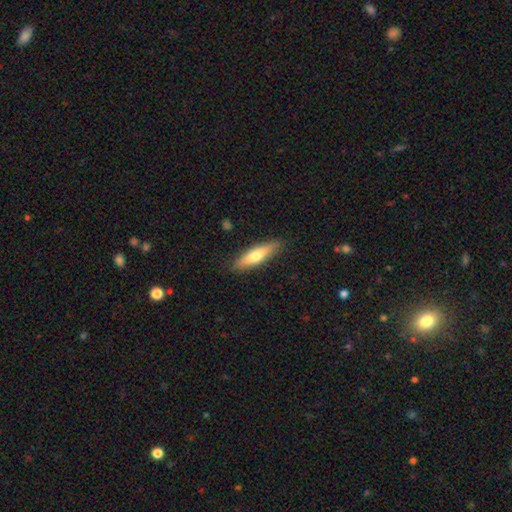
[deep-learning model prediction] Smooth or featured? Predicted: smooth (p=0.63). How rounded? Predicted: cigar-shaped (p=0.73). Merging? Predicted: none (p=0.88).